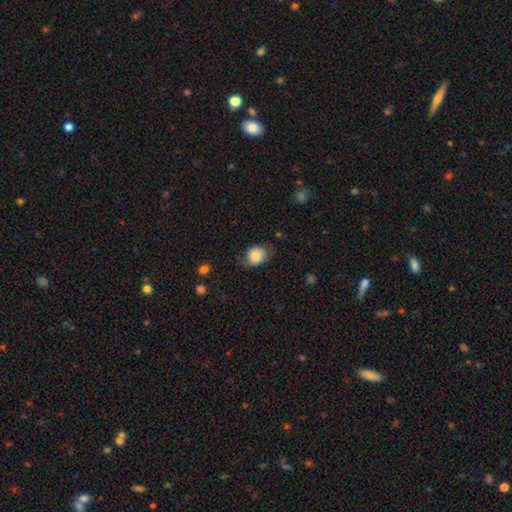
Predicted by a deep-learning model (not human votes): Smooth or featured?
  - smooth: 73% *
  - featured or disk: 19%
  - star or artifact: 8%
How rounded?
  - round: 55% *
  - in between: 44%
  - cigar-shaped: 1%
Merging?
  - none: 59% *
  - minor disturbance: 29%
  - major disturbance: 11%
  - merger: 1%